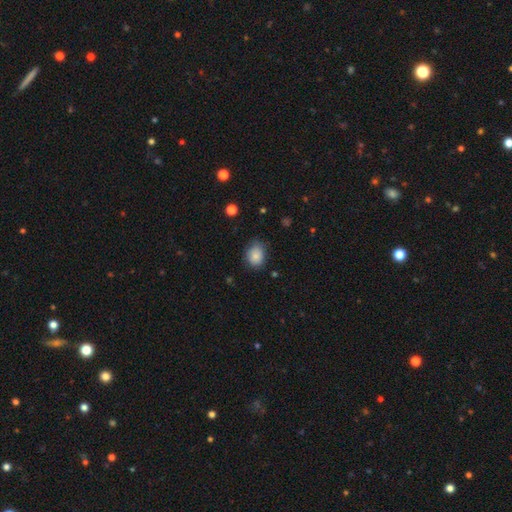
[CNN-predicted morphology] Smooth or featured? Predicted: smooth (p=0.84). How rounded? Predicted: in between (p=0.53). Merging? Predicted: none (p=0.69).